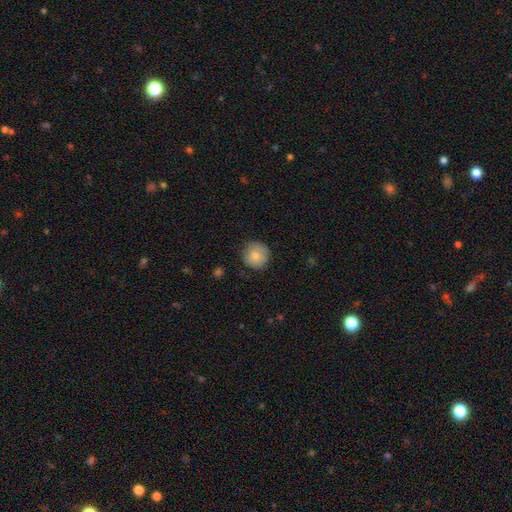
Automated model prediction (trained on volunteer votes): A smooth galaxy with no disk features (83%) that is round (95%).

Vote fractions:
- Smooth or featured? smooth: 83% / featured or disk: 10% / star or artifact: 8%
- How rounded? round: 95% / in between: 4% / cigar-shaped: 1%
- Merging? none: 86% / minor disturbance: 10% / major disturbance: 2% / merger: 1%